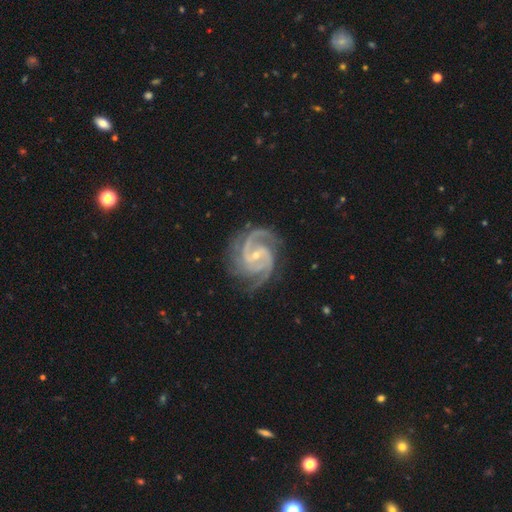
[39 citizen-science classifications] Smooth or featured: featured or disk — 100%
Edge-on disk: no — 100%
Bar: weak — 54% (no — 26%)
Spiral arms: yes — 97% (no — 3%)
Spiral winding: medium — 71% (tight — 18%)
Spiral arm count: 2 — 66% (3 — 21%)
Bulge size: small — 67% (moderate — 33%)
Merging: none — 54% (minor disturbance — 31%)